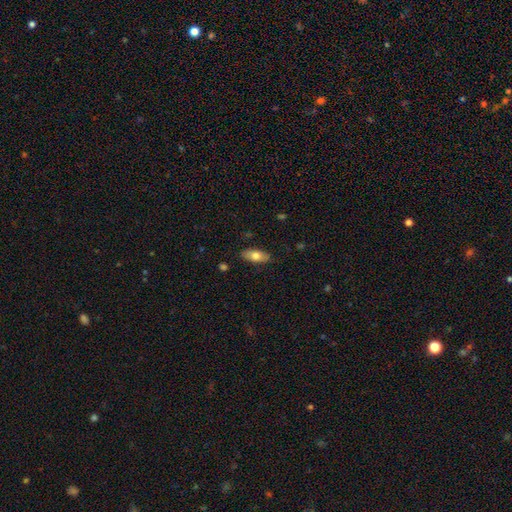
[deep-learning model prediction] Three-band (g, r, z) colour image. It shows a smooth galaxy with no disk features (72%) that is in between round and cigar-shaped (85%). Merging: none (86%).